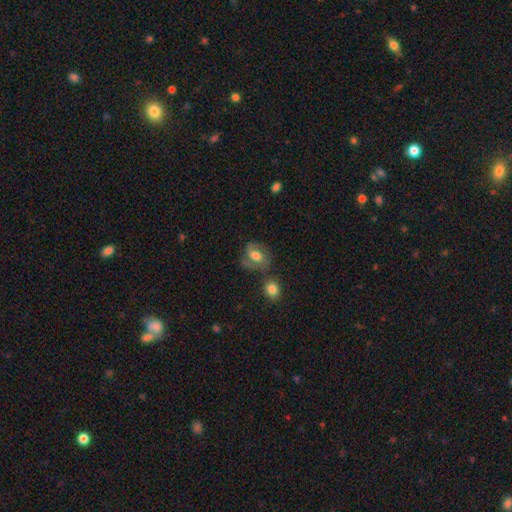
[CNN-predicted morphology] Smooth or featured: featured or disk — 47% (smooth — 45%)
Merging: none — 55% (minor disturbance — 22%)